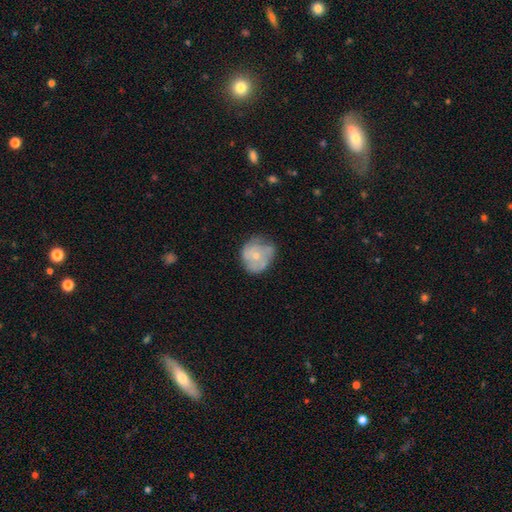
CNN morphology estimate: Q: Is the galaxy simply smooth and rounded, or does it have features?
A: smooth — 47%.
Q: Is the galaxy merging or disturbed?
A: none — 54%.